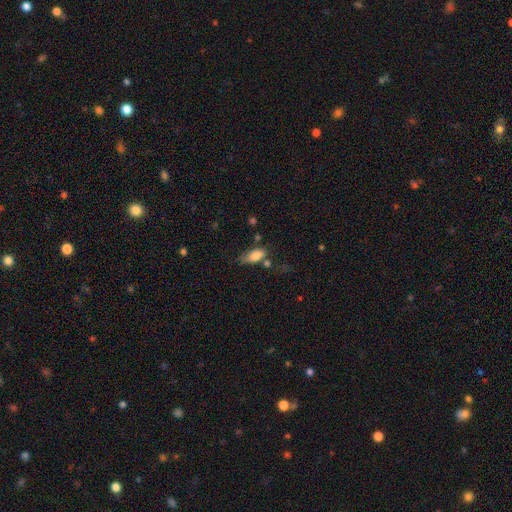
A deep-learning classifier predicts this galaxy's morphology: Smooth or featured? Predicted: smooth (p=0.83). How rounded? Predicted: in between (p=0.87). Merging? Predicted: none (p=0.48).